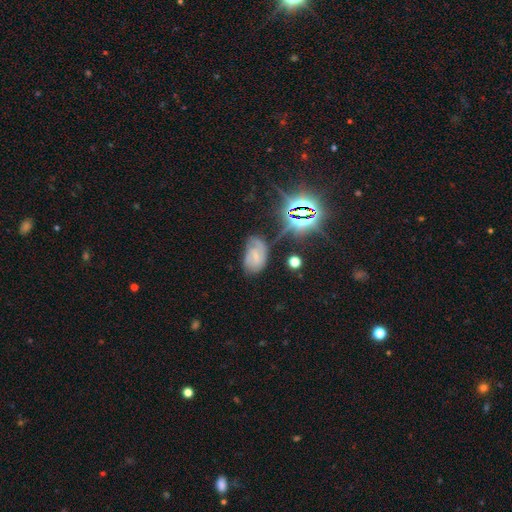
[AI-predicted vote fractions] The model was most divided on "bar": no: 52%, weak: 37%, strong: 11%. More confident: edge-on disk — no (95%); spiral arms — yes (81%); bulge size — small (65%); merging — none (54%); smooth or featured — featured or disk (53%).